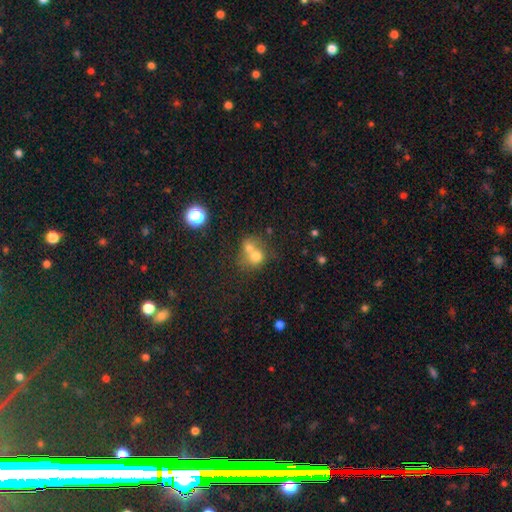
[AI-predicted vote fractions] A smooth galaxy with no disk features (68%) that is round (74%).

Vote fractions:
- Smooth or featured? smooth: 68% / featured or disk: 18% / star or artifact: 14%
- How rounded? round: 74% / in between: 25% / cigar-shaped: 1%
- Merging? merger: 64% / none: 26% / minor disturbance: 6% / major disturbance: 4%